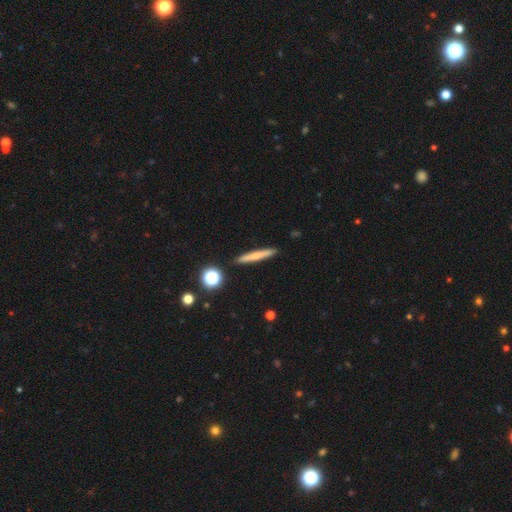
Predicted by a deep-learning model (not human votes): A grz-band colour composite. It shows a smooth galaxy with no disk features (60%) that is cigar-shaped (94%). Merging: none (91%).